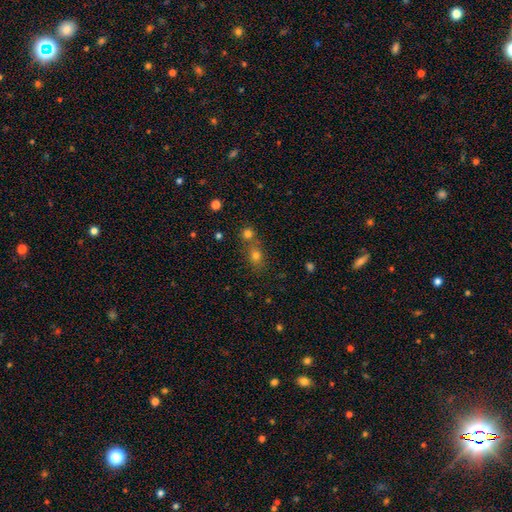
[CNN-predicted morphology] Smooth or featured: smooth — 73% (star or artifact — 16%)
How rounded: round — 57% (in between — 41%)
Merging: none — 55% (merger — 32%)